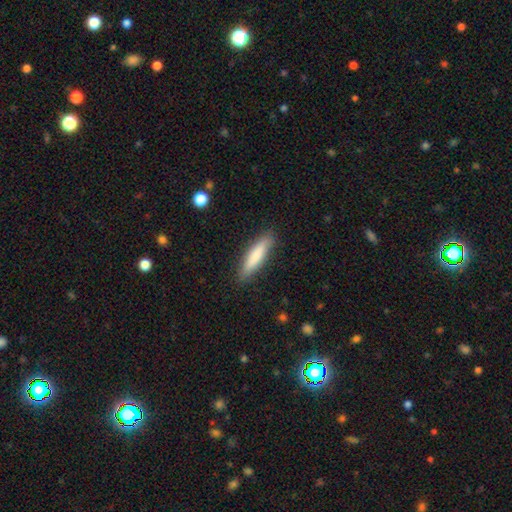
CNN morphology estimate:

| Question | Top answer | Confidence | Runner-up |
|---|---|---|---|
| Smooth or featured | smooth | 78% | featured or disk (17%) |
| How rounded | cigar-shaped | 81% | in between (18%) |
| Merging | none | 87% | minor disturbance (9%) |